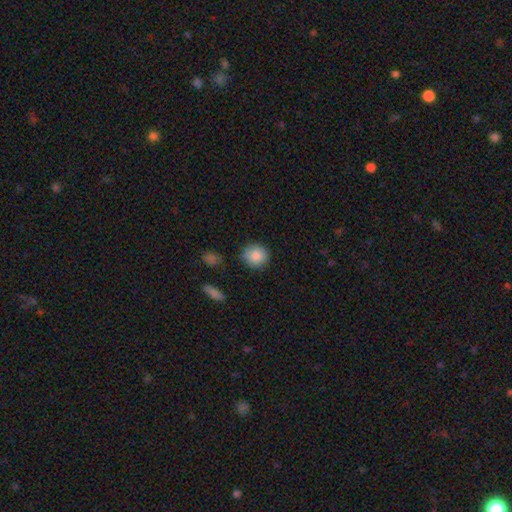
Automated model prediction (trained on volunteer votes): A smooth galaxy with no disk features (87%) that is round (86%).

Vote fractions:
- Smooth or featured? smooth: 87% / star or artifact: 8% / featured or disk: 5%
- How rounded? round: 86% / in between: 13% / cigar-shaped: 1%
- Merging? none: 85% / minor disturbance: 10% / major disturbance: 3% / merger: 2%